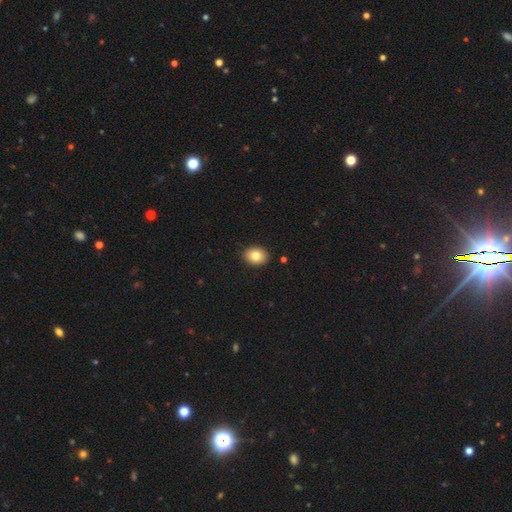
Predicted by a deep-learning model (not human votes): smooth-or-featured: smooth: 81% | featured or disk: 10% | star or artifact: 8%
  how-rounded: in between: 62% | round: 37% | cigar-shaped: 1%
  merging: none: 91% | minor disturbance: 7% | major disturbance: 2% | merger: 1%